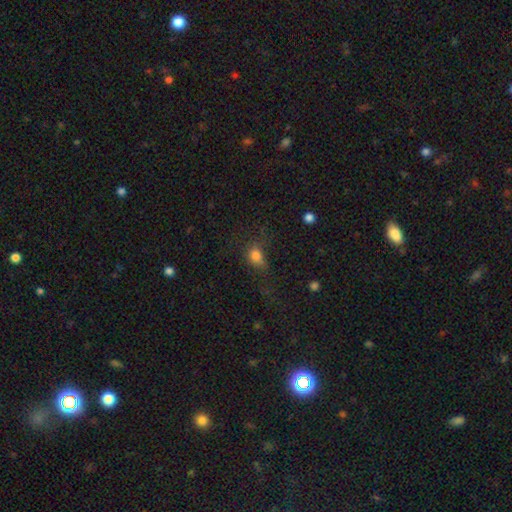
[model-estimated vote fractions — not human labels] Smooth or featured?
  - smooth: 78% *
  - star or artifact: 14%
  - featured or disk: 9%
How rounded?
  - in between: 52% *
  - round: 46%
  - cigar-shaped: 2%
Merging?
  - none: 51% *
  - minor disturbance: 25%
  - major disturbance: 21%
  - merger: 3%